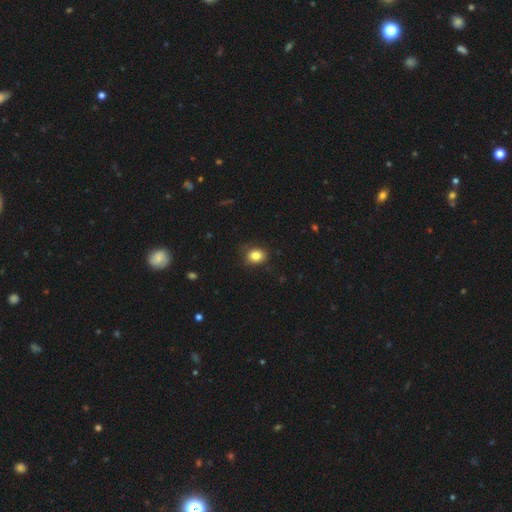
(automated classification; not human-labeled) smooth 84%, star or artifact 10%, featured or disk 6%. Down the decision tree: how rounded — round (50%); merging — none (79%).